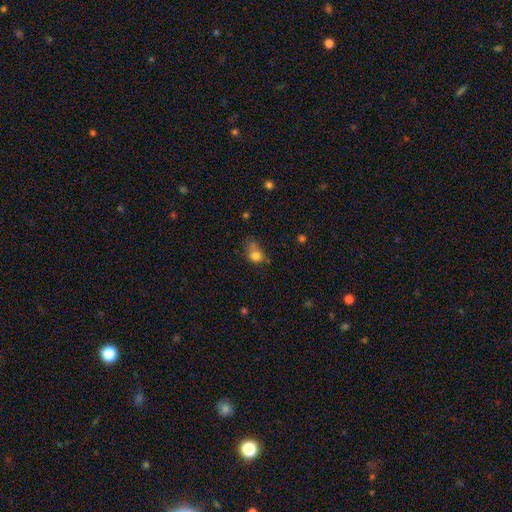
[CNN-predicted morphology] smooth-or-featured: smooth: 77% | star or artifact: 13% | featured or disk: 11%
  how-rounded: round: 59% | in between: 39% | cigar-shaped: 2%
  merging: none: 38% | minor disturbance: 28% | merger: 20% | major disturbance: 15%